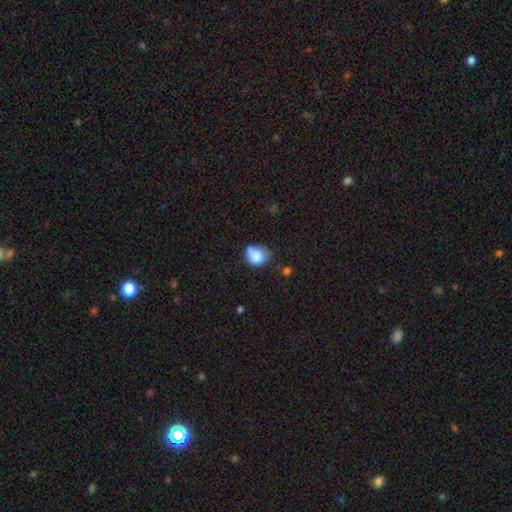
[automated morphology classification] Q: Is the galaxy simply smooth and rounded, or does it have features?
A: smooth — 81%.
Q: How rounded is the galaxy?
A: round — 62%.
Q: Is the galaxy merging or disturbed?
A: none — 43%.